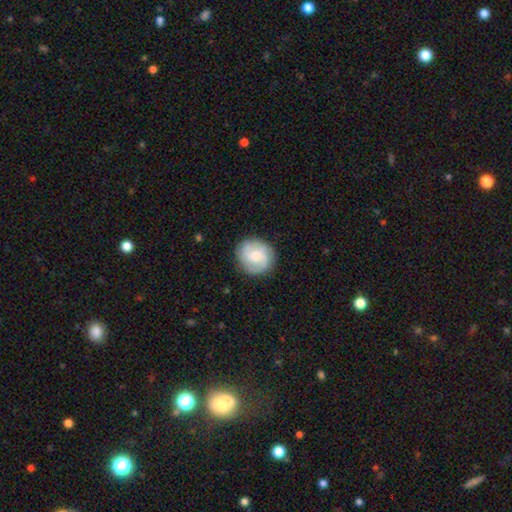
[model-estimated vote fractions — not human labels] Smooth or featured?
  - featured or disk: 60% *
  - smooth: 34%
  - star or artifact: 6%
Edge-on disk?
  - no: 98% *
  - yes: 2%
Bar?
  - no: 55% *
  - weak: 39%
  - strong: 6%
Spiral arms?
  - yes: 92% *
  - no: 8%
Spiral winding?
  - medium: 45% *
  - tight: 37%
  - loose: 18%
Spiral arm count?
  - 2: 49% *
  - 3: 25%
  - can't tell: 14%
  - 1: 4%
  - 4: 4%
  - more than 4: 3%
Bulge size?
  - moderate: 52% *
  - small: 31%
  - large: 10%
  - none: 5%
  - dominant: 2%
Merging?
  - none: 84% *
  - minor disturbance: 11%
  - major disturbance: 4%
  - merger: 1%